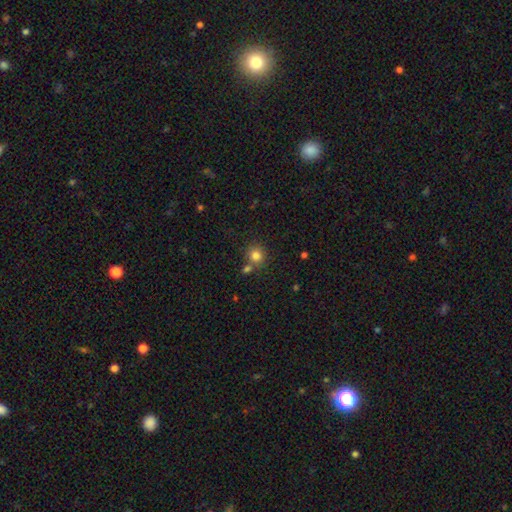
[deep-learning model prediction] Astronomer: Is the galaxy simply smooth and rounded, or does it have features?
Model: smooth — 81%.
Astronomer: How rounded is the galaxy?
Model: round — 88%.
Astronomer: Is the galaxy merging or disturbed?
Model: none — 68%.